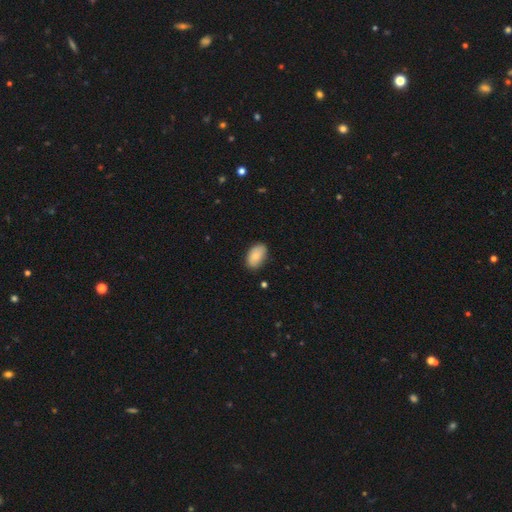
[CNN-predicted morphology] Overall: smooth (81%). How rounded: in between (93%). Merging: none (81%).